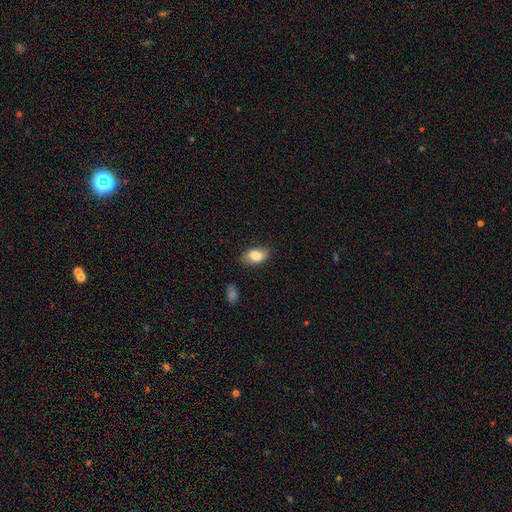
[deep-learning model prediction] Smooth or featured?
  - smooth: 82% *
  - featured or disk: 11%
  - star or artifact: 7%
How rounded?
  - in between: 90% *
  - round: 7%
  - cigar-shaped: 2%
Merging?
  - none: 79% *
  - minor disturbance: 16%
  - major disturbance: 3%
  - merger: 2%